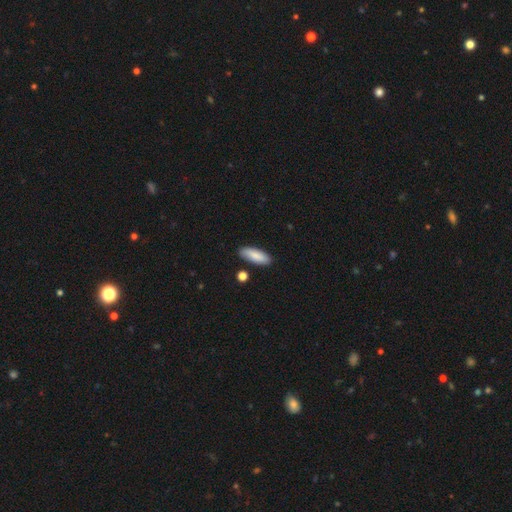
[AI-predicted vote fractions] A smooth galaxy with no disk features (84%) that is in between round and cigar-shaped (64%). Merging: none (84%).